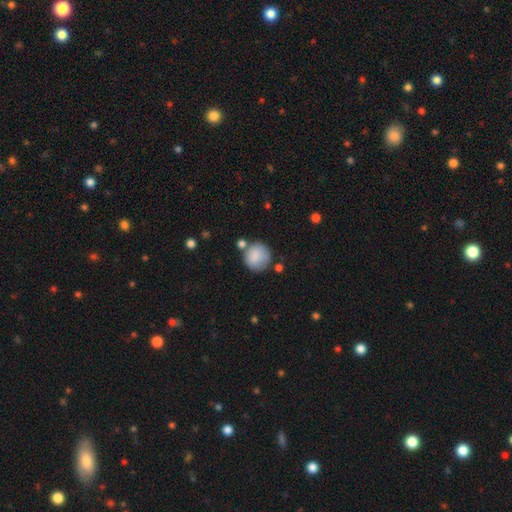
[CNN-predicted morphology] Overall: smooth (85%). How rounded: round (89%). Merging: none (68%).